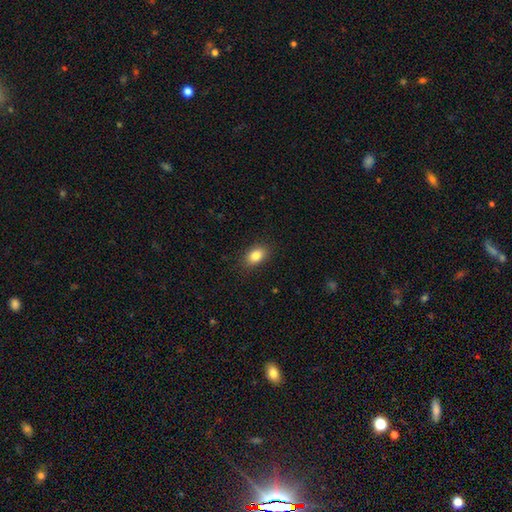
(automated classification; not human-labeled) smooth-or-featured: smooth: 84% | star or artifact: 9% | featured or disk: 7%
  how-rounded: in between: 82% | round: 17% | cigar-shaped: 1%
  merging: none: 87% | minor disturbance: 9% | major disturbance: 2% | merger: 1%